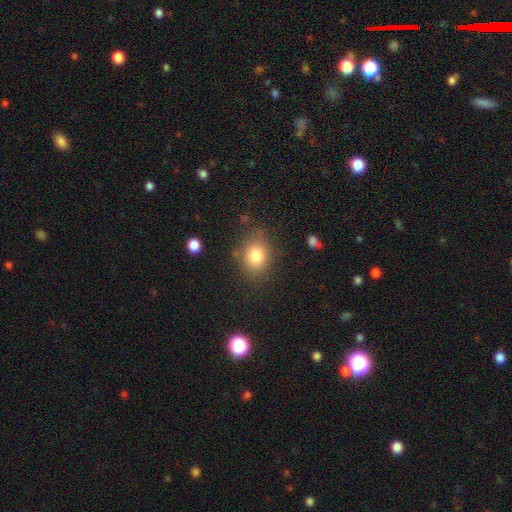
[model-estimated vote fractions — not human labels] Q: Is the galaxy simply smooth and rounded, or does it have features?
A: smooth — 81%.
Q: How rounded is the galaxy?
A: round — 52%.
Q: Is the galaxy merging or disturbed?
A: none — 79%.